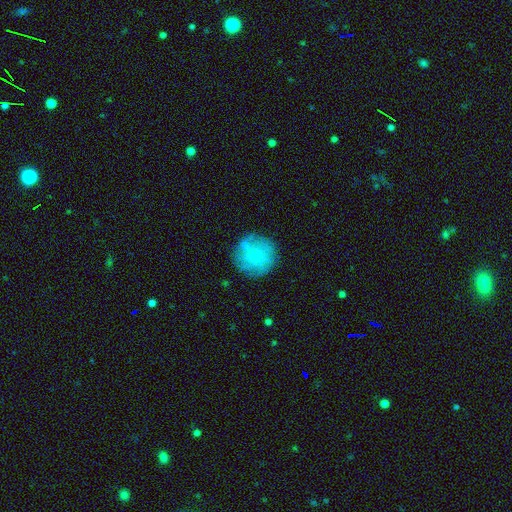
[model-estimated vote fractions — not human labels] Overall: smooth (74%). How rounded: round (93%). Merging: none (75%).